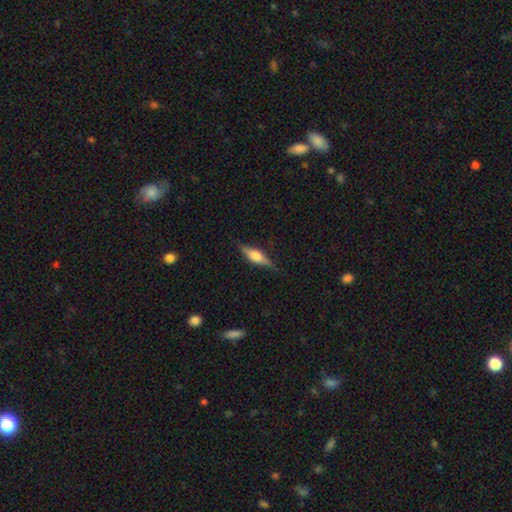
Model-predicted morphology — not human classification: featured or disk 57%, smooth 36%, star or artifact 7%. Down the decision tree: edge-on disk — yes (95%); edge-on bulge — rounded (88%); merging — none (84%).